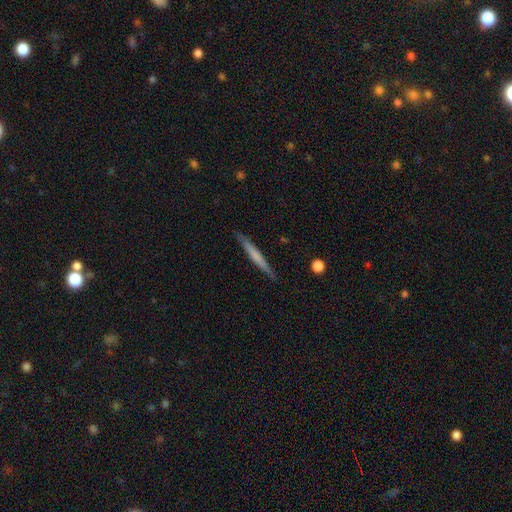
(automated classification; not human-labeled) smooth_or_featured: smooth (p=0.48) [alt: featured or disk p=0.47]
merging: none (p=0.88) [alt: minor disturbance p=0.09]